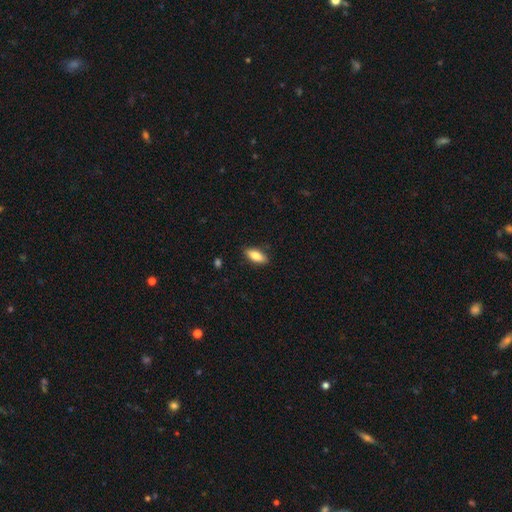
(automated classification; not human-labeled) Smooth or featured? smooth (79%)
How rounded? in between (80%)
Merging? none (87%)